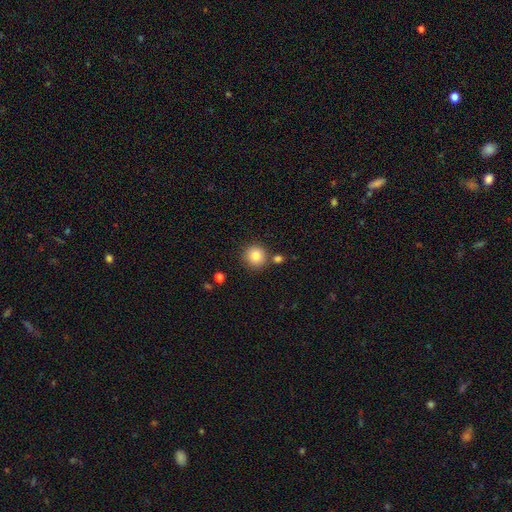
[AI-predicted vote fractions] Smooth or featured?
  - smooth: 84% *
  - star or artifact: 10%
  - featured or disk: 6%
How rounded?
  - round: 93% *
  - in between: 6%
  - cigar-shaped: 1%
Merging?
  - none: 80% *
  - merger: 9%
  - minor disturbance: 8%
  - major disturbance: 3%